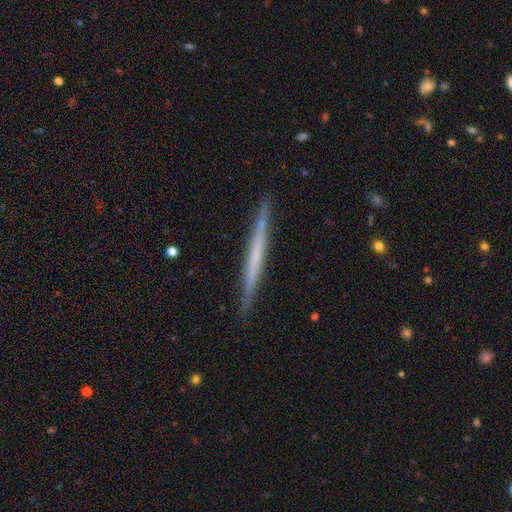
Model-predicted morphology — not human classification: Overall: featured or disk (53%; smooth 42%). Edge-on disk: yes (98%). Edge-on bulge: none (90%). Merging: none (90%).